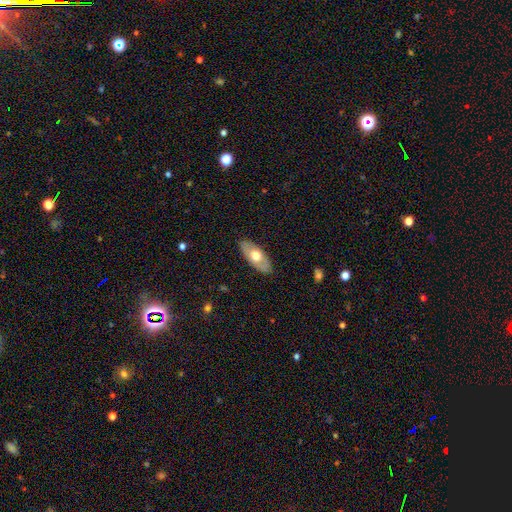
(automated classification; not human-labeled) Smooth or featured?
  - smooth: 54% *
  - featured or disk: 41%
  - star or artifact: 5%
How rounded?
  - in between: 88% *
  - cigar-shaped: 9%
  - round: 3%
Merging?
  - none: 86% *
  - minor disturbance: 11%
  - major disturbance: 2%
  - merger: 1%